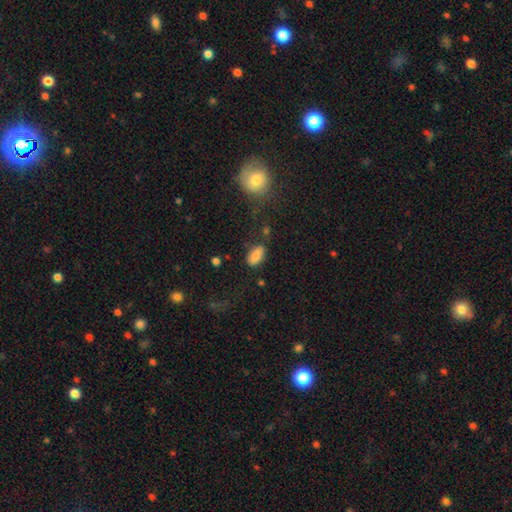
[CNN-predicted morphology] Smooth or featured: smooth — 82% (star or artifact — 9%)
How rounded: in between — 92% (round — 5%)
Merging: none — 78% (minor disturbance — 15%)